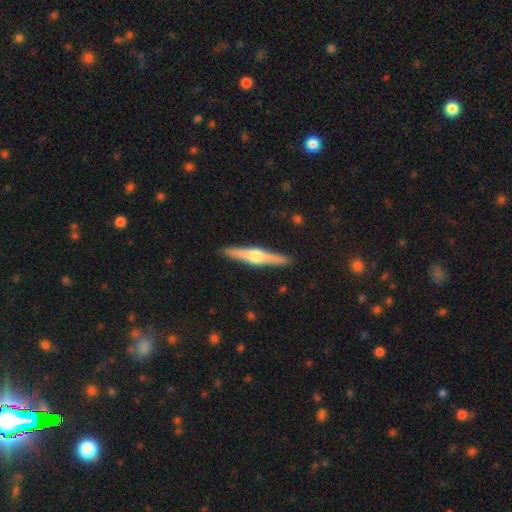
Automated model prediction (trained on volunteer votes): smooth_or_featured: featured or disk (p=0.74) [alt: smooth p=0.21]
disk_edge_on: yes (p=0.98) [alt: no p=0.02]
edge_on_bulge: rounded (p=0.94) [alt: boxy p=0.04]
merging: none (p=0.92) [alt: minor disturbance p=0.06]